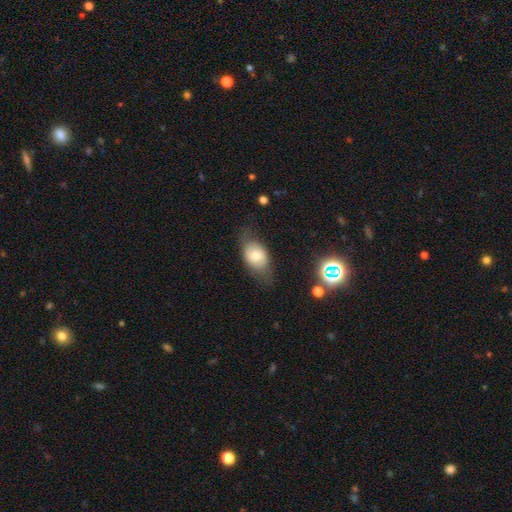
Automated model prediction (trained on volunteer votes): A smooth galaxy with no disk features (65%) that is in between round and cigar-shaped (78%).

Vote fractions:
- Smooth or featured? smooth: 65% / featured or disk: 25% / star or artifact: 9%
- How rounded? in between: 78% / round: 19% / cigar-shaped: 3%
- Merging? none: 64% / minor disturbance: 23% / major disturbance: 11% / merger: 2%